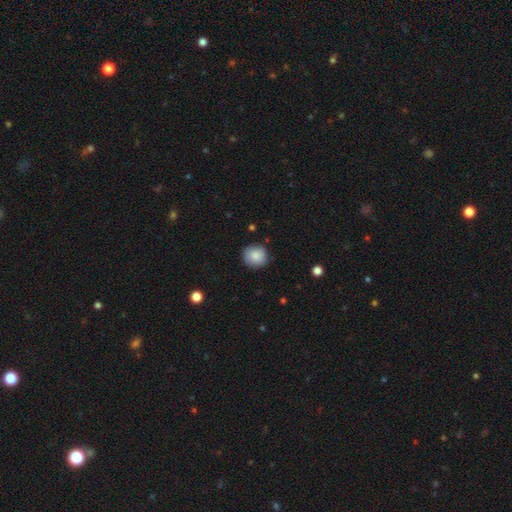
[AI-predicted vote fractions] Morphology: type=smooth (86%); roundness=round (89%); merging=none (87%).